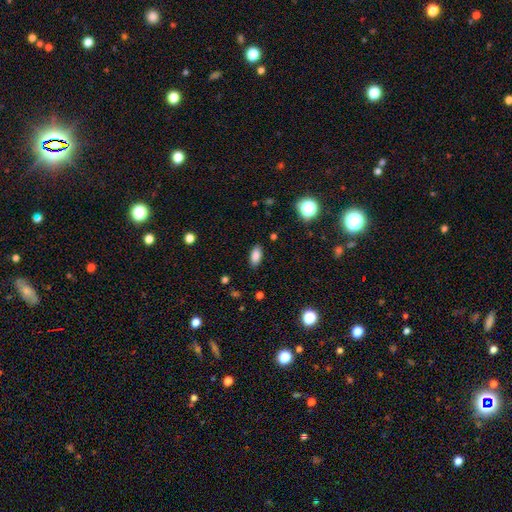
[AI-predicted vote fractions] smooth-or-featured: smooth: 86% | star or artifact: 10% | featured or disk: 5%
  how-rounded: in between: 91% | cigar-shaped: 5% | round: 4%
  merging: none: 88% | minor disturbance: 8% | major disturbance: 2% | merger: 1%